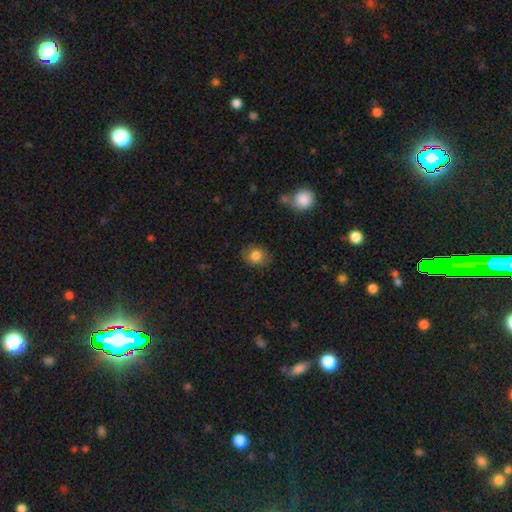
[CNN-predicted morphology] type=smooth (82%); roundness=round (59%); merging=none (84%).